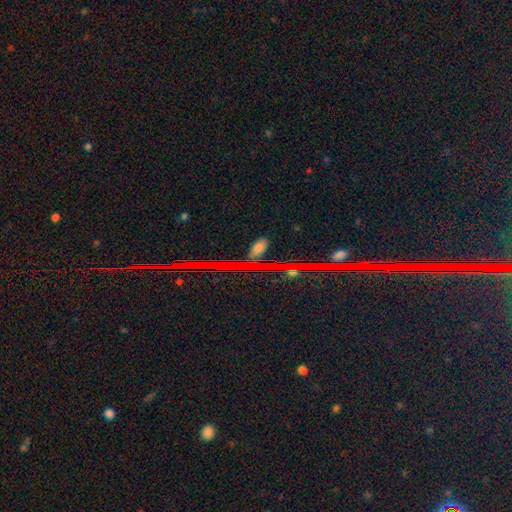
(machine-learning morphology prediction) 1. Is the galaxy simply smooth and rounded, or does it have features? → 82% star or artifact, 10% featured or disk, 8% smooth.